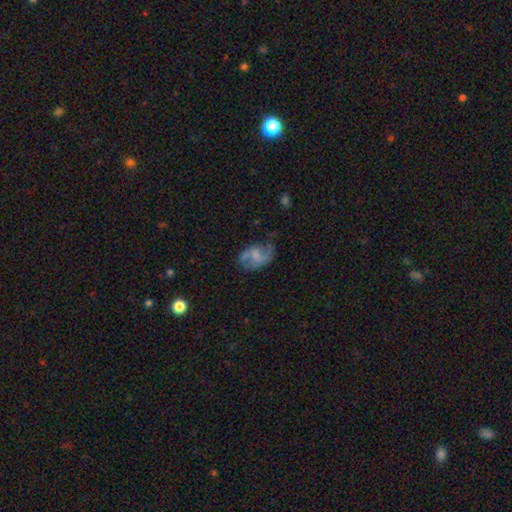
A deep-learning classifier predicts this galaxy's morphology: Smooth or featured? Predicted: featured or disk (p=0.66). Edge-on disk? Predicted: no (p=0.97). Bar? Predicted: weak (p=0.47). Spiral arms? Predicted: yes (p=0.84). Spiral winding? Predicted: loose (p=0.54). Spiral arm count? Predicted: 2 (p=0.79). Bulge size? Predicted: none (p=0.35, tied with small). Merging? Predicted: none (p=0.50).